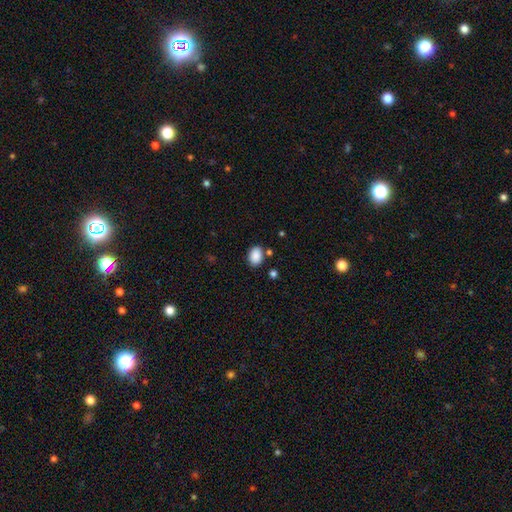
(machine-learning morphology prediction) A smooth galaxy with no disk features (89%) that is in between round and cigar-shaped (76%). Merging: none (80%).